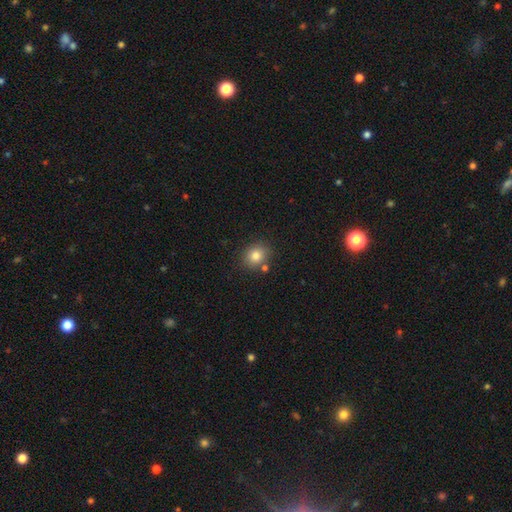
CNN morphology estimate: smooth 81%, star or artifact 11%, featured or disk 8%. Down the decision tree: how rounded — round (69%); merging — none (77%).